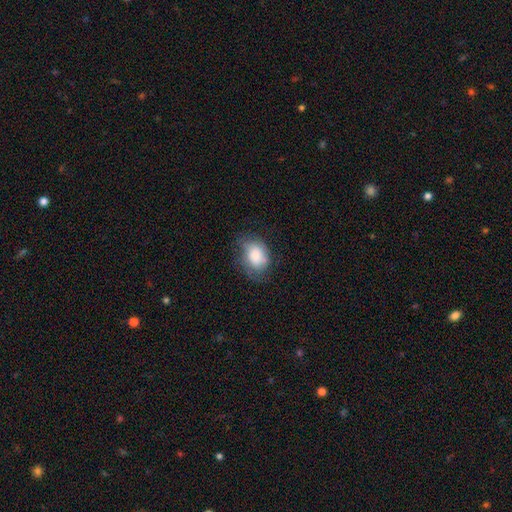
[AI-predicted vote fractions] Morphology: type=smooth (74%); roundness=in between (72%); merging=none (53%).